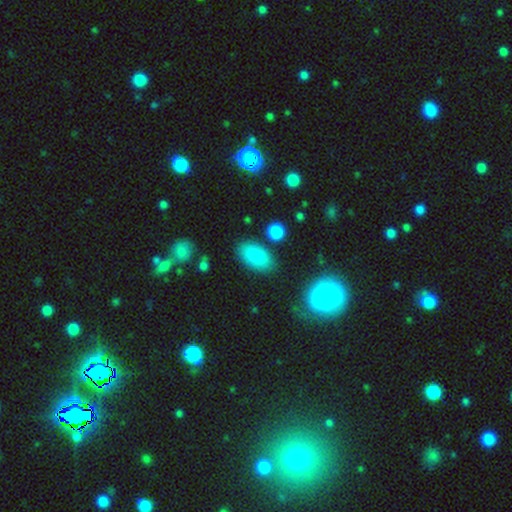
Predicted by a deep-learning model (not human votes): Overall: smooth (84%). How rounded: in between (93%). Merging: none (81%).